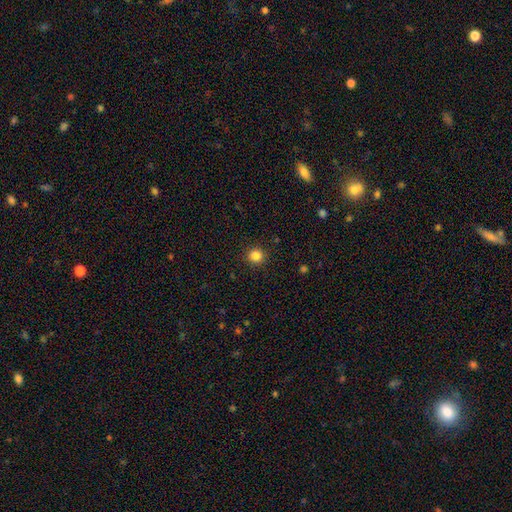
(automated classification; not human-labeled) Overall: smooth (84%). How rounded: round (93%). Merging: none (92%).